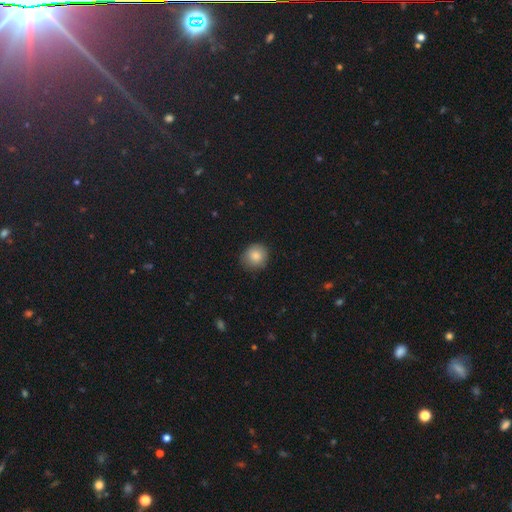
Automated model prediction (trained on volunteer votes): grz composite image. It shows a smooth galaxy with no disk features (85%) that is round (87%). Merging: none (83%).